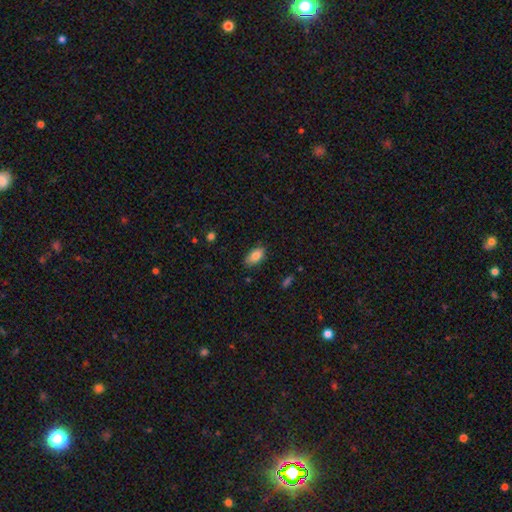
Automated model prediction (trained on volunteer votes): Overall: smooth (84%). How rounded: in between (91%). Merging: none (79%).